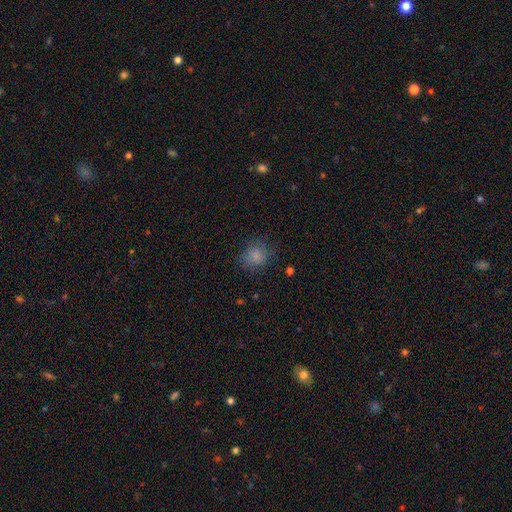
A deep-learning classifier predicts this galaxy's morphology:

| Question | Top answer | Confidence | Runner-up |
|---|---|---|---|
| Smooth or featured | smooth | 81% | star or artifact (13%) |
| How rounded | round | 73% | in between (26%) |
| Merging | none | 75% | minor disturbance (16%) |